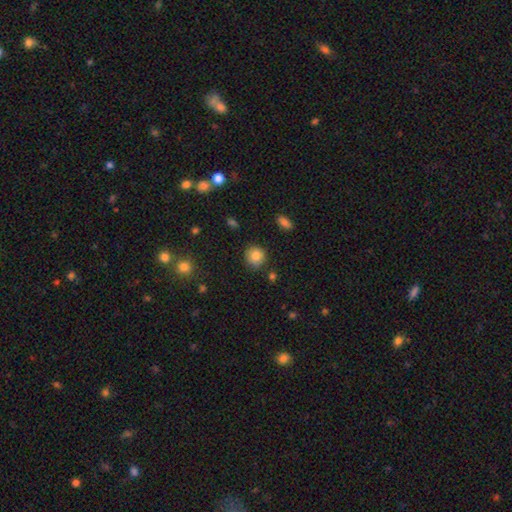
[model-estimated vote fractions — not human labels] This appears to be a smooth galaxy with no disk features (83%) that is round (89%). Merging: none (83%).